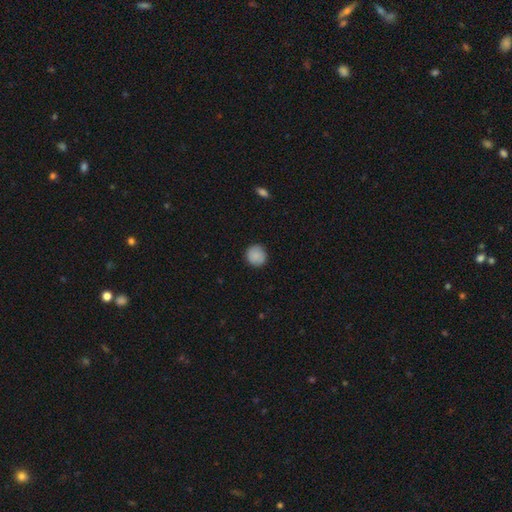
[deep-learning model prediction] Smooth or featured?
  - smooth: 88% *
  - star or artifact: 7%
  - featured or disk: 5%
How rounded?
  - round: 92% *
  - in between: 7%
  - cigar-shaped: 1%
Merging?
  - none: 89% *
  - minor disturbance: 8%
  - major disturbance: 2%
  - merger: 1%